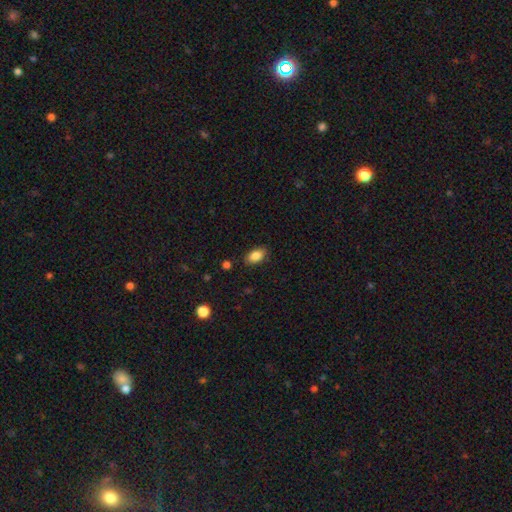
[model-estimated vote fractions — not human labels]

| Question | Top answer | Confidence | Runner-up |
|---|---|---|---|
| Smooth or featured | smooth | 85% | star or artifact (8%) |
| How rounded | in between | 90% | round (7%) |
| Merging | none | 85% | minor disturbance (11%) |